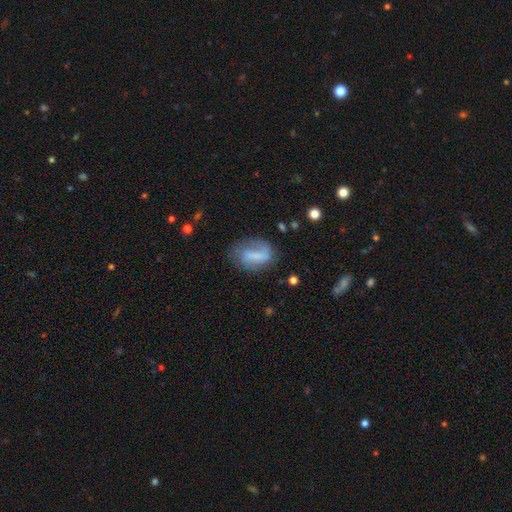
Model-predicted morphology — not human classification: This is possibly a smooth galaxy (50%). Merging: possibly none (53%).